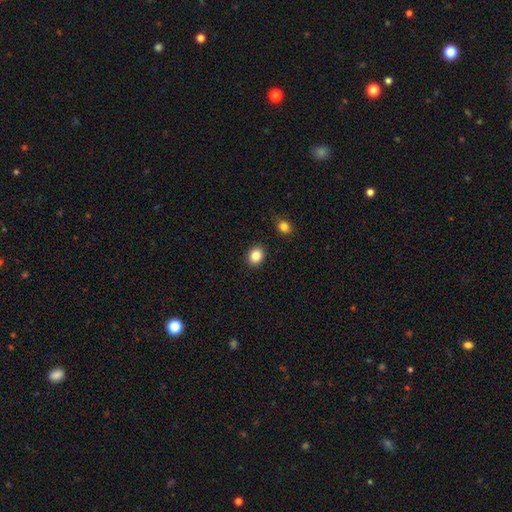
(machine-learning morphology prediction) A smooth galaxy with no disk features (85%) that is round (62%). Merging: none (90%).